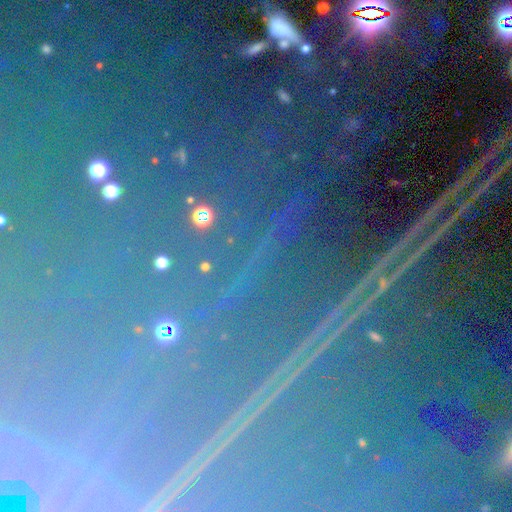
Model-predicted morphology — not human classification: Smooth or featured? star or artifact (87%)